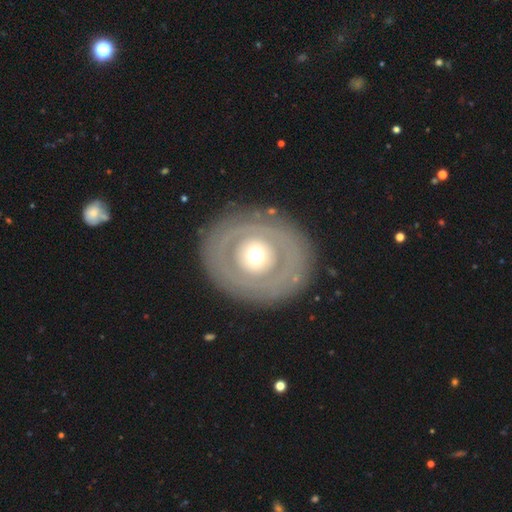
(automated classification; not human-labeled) This appears to be a featured or disk galaxy (59%) with no bar (90%), no spiral arms (88%) and a moderate central bulge (65%). Merging: none (84%).